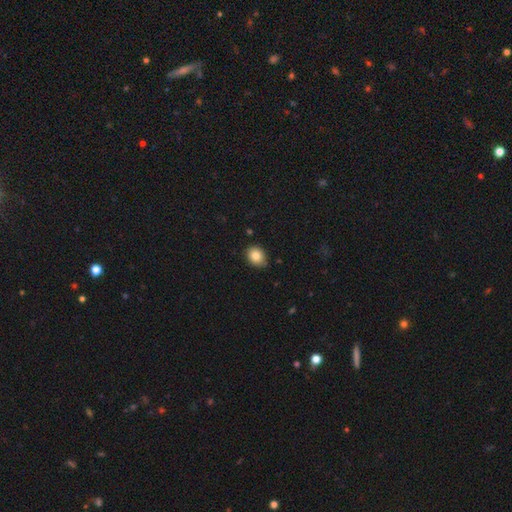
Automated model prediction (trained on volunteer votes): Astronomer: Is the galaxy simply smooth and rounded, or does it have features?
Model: smooth — 84%.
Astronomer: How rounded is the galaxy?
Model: in between — 54% (runner-up: round, 45%).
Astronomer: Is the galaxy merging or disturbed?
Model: none — 81%.